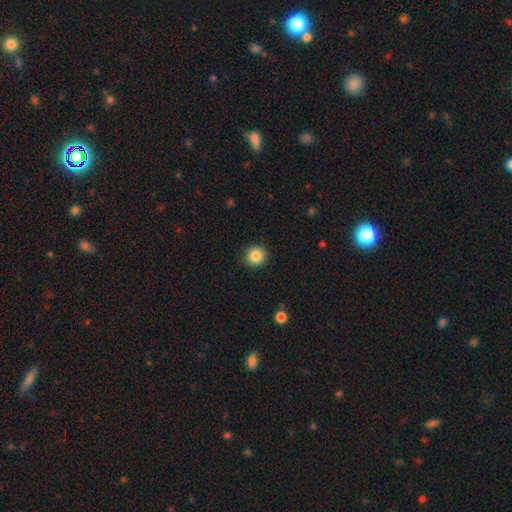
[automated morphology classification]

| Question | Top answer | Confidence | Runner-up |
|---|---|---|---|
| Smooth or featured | smooth | 86% | star or artifact (10%) |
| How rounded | round | 93% | in between (6%) |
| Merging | none | 91% | minor disturbance (6%) |